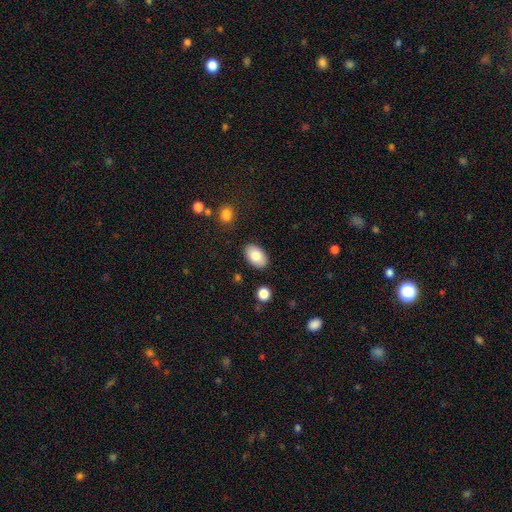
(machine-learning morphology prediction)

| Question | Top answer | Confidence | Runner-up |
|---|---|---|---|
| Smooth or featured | smooth | 82% | featured or disk (12%) |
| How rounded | in between | 91% | round (8%) |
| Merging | none | 87% | minor disturbance (9%) |